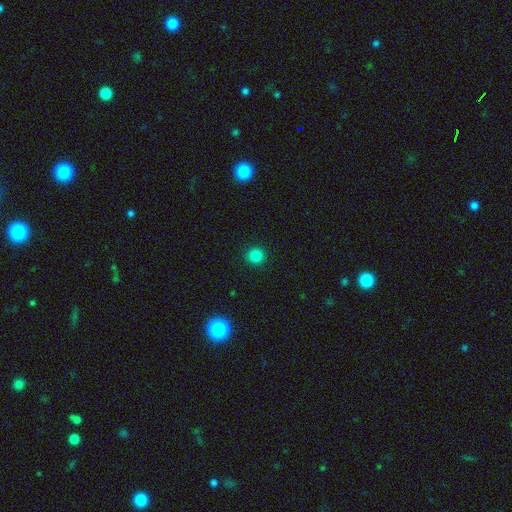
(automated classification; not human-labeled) smooth 83%, star or artifact 13%, featured or disk 3%. Down the decision tree: how rounded — round (94%); merging — none (92%).